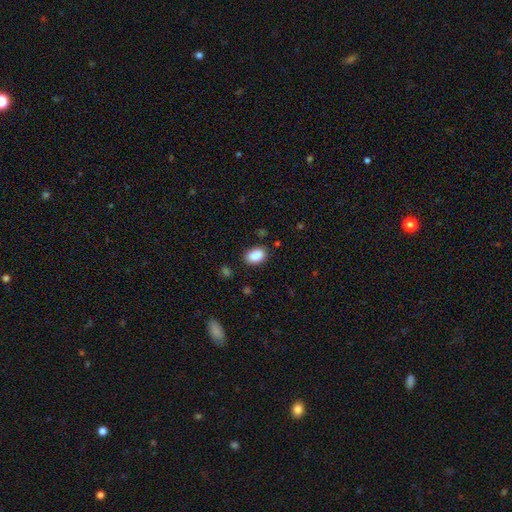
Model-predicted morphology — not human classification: smooth-or-featured: smooth: 87% | star or artifact: 8% | featured or disk: 5%
  how-rounded: in between: 85% | round: 13% | cigar-shaped: 1%
  merging: none: 84% | minor disturbance: 11% | major disturbance: 3% | merger: 2%